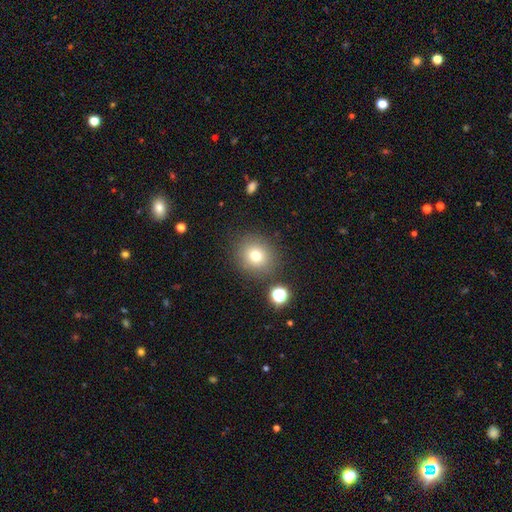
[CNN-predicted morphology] A smooth galaxy with no disk features (75%) that is round (83%). Merging: none (83%).